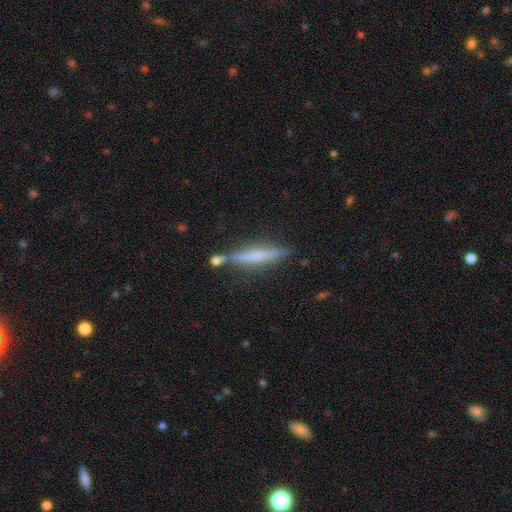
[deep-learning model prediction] smooth_or_featured: featured or disk (p=0.52) [alt: smooth p=0.40]
disk_edge_on: yes (p=0.95) [alt: no p=0.05]
merging: none (p=0.74) [alt: minor disturbance p=0.13]